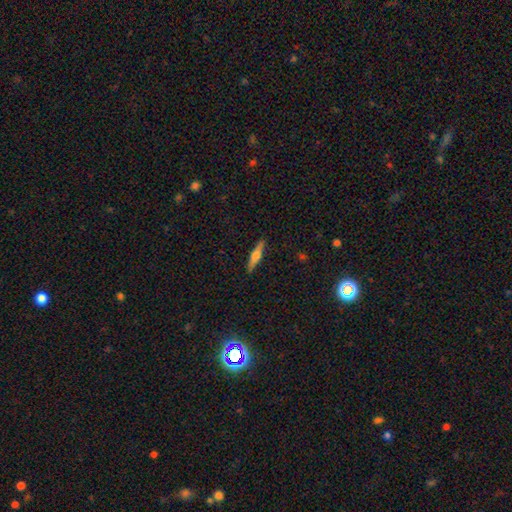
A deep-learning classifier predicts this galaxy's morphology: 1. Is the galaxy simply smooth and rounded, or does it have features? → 48% featured or disk, 46% smooth, 6% star or artifact.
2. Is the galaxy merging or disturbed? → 90% none, 7% minor disturbance, 2% major disturbance, 1% merger.